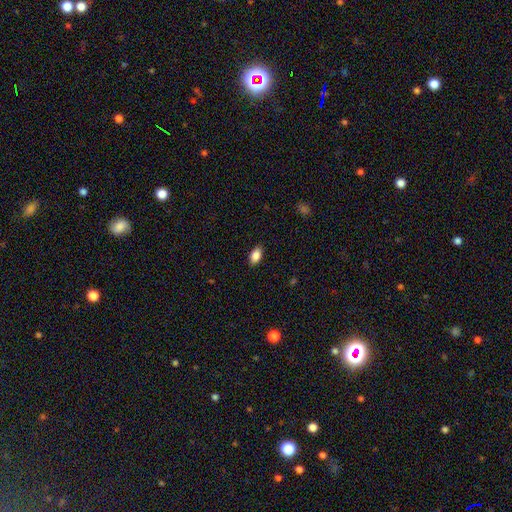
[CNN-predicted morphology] smooth-or-featured: smooth: 87% | star or artifact: 8% | featured or disk: 6%
  how-rounded: in between: 90% | round: 6% | cigar-shaped: 4%
  merging: none: 87% | minor disturbance: 10% | major disturbance: 2% | merger: 1%